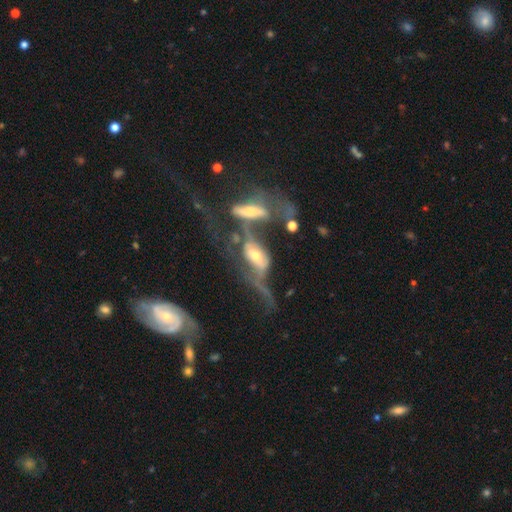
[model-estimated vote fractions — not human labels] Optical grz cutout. It shows a featured or disk galaxy (71%) with no bar (43%), spiral arms (63%) and a moderate central bulge (50%). Merging: merger (59%).